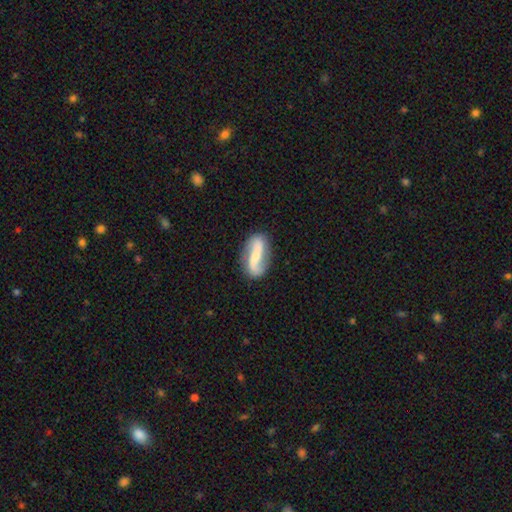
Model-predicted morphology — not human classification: A featured or disk galaxy (73%) with a strong bar (37%), 2 (91%) loose (73%) spiral arms (92%) and a small central bulge (47%).

Vote fractions:
- Smooth or featured? featured or disk: 73% / smooth: 21% / star or artifact: 6%
- Edge-on disk? no: 93% / yes: 7%
- Bar? strong: 37% / weak: 33% / no: 30%
- Spiral arms? yes: 92% / no: 8%
- Spiral winding? loose: 73% / medium: 19% / tight: 8%
- Spiral arm count? 2: 91% / 1: 3% / can't tell: 3% / 3: 1% / 4: 1% / more than 4: 1%
- Bulge size? small: 47% / moderate: 38% / none: 9% / large: 5% / dominant: 2%
- Merging? none: 80% / minor disturbance: 14% / major disturbance: 4% / merger: 2%